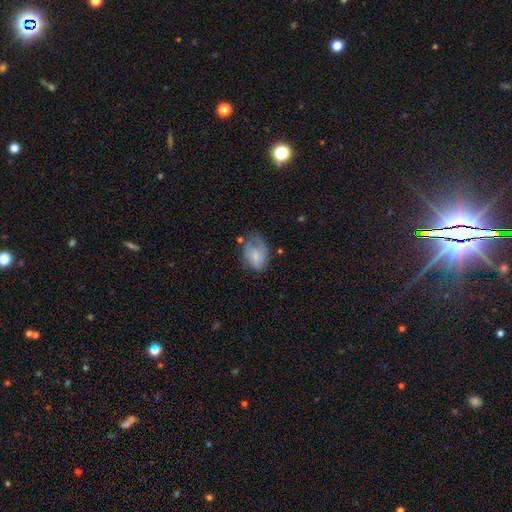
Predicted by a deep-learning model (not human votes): smooth 54%, featured or disk 38%, star or artifact 8%. Down the decision tree: how rounded — in between (74%); merging — none (42%).